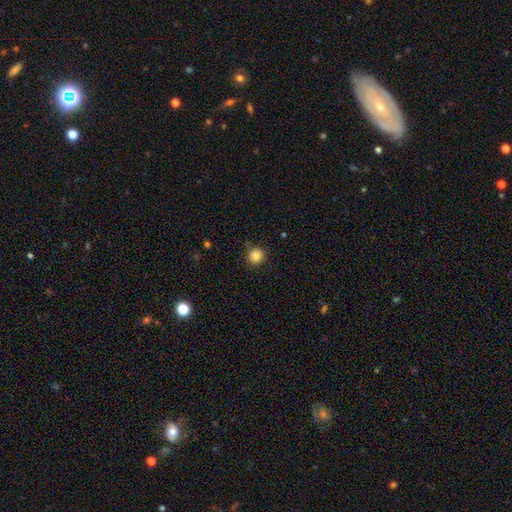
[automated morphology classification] smooth 85%, star or artifact 11%, featured or disk 4%. Down the decision tree: how rounded — round (91%); merging — none (87%).